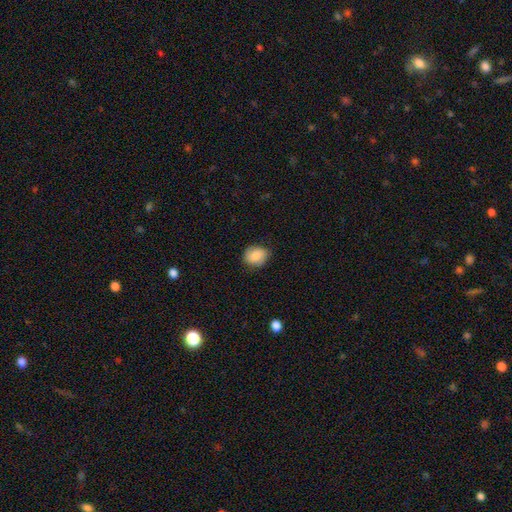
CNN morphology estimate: smooth-or-featured: smooth: 79% | featured or disk: 14% | star or artifact: 8%
  how-rounded: round: 62% | in between: 37% | cigar-shaped: 1%
  merging: none: 82% | minor disturbance: 14% | major disturbance: 3% | merger: 1%